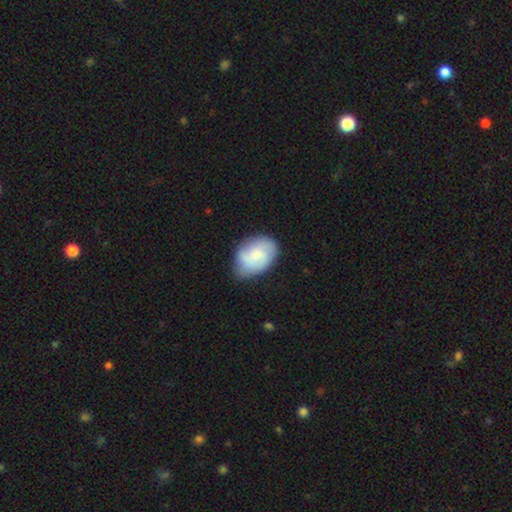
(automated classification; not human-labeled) Smooth or featured? smooth (56%)
How rounded? in between (77%)
Merging? none (63%)